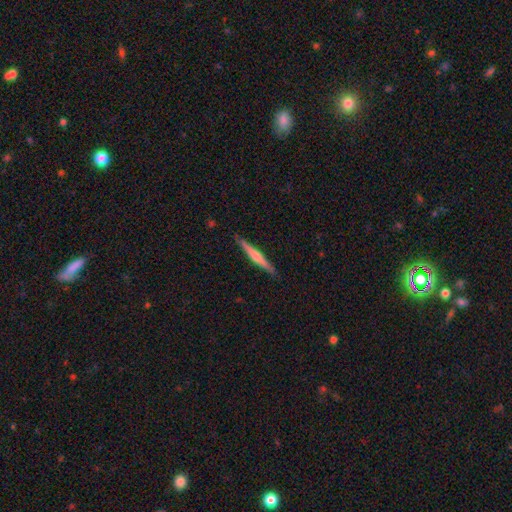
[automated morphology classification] This is likely a featured or disk galaxy (61%). It is clearly viewed edge-on (98%). Edge-on bulge: likely rounded (67%). Merging: clearly none (91%).